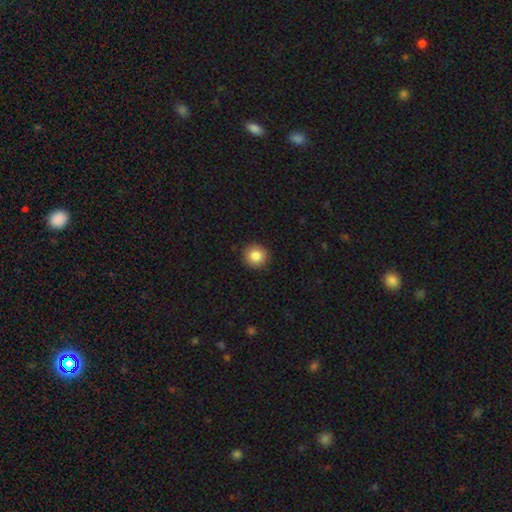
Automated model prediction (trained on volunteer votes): Smooth or featured?
  - smooth: 84% *
  - star or artifact: 10%
  - featured or disk: 7%
How rounded?
  - round: 94% *
  - in between: 5%
  - cigar-shaped: 1%
Merging?
  - none: 92% *
  - minor disturbance: 6%
  - major disturbance: 2%
  - merger: 1%